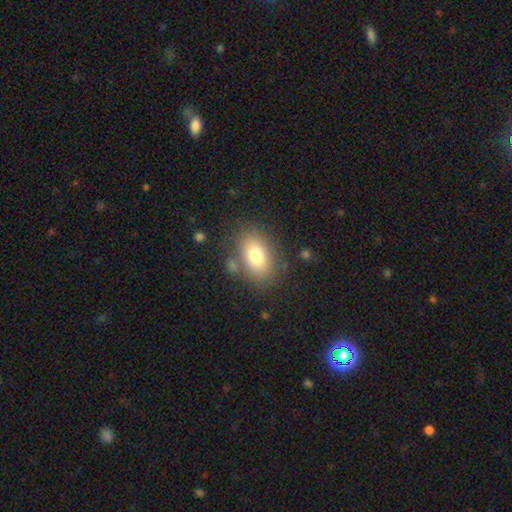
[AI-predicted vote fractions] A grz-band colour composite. It shows a smooth galaxy with no disk features (78%) that is in between round and cigar-shaped (87%). Merging: none (77%).